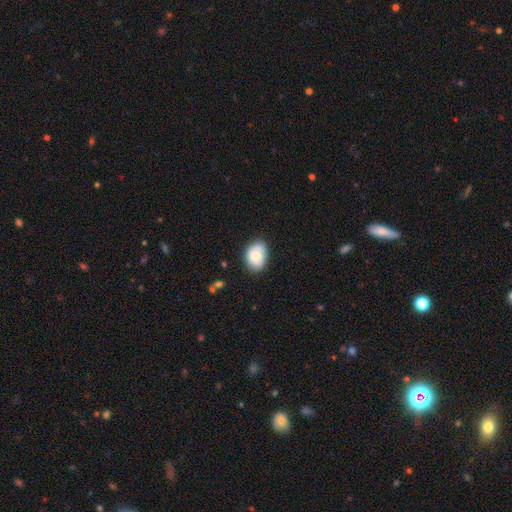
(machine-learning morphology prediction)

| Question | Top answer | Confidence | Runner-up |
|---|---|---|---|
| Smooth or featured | smooth | 76% | featured or disk (17%) |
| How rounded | in between | 77% | round (22%) |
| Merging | none | 72% | minor disturbance (22%) |